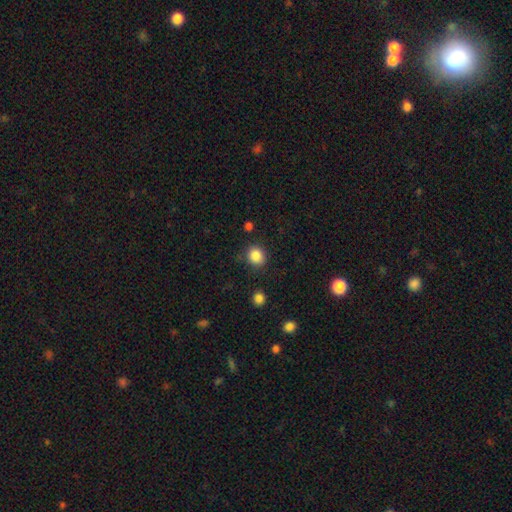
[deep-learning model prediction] Smooth or featured? smooth (86%)
How rounded? round (76%)
Merging? none (85%)